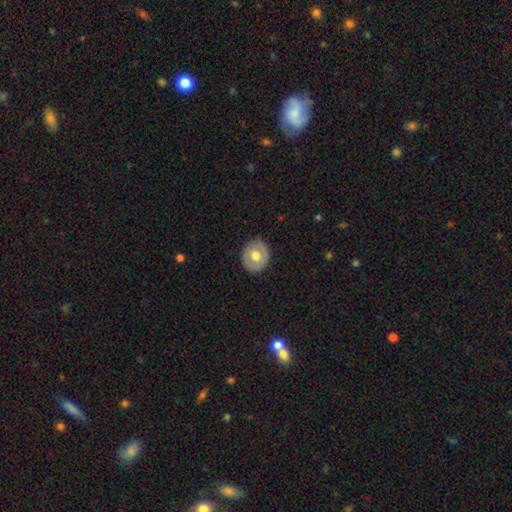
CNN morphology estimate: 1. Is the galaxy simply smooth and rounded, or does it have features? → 63% smooth, 31% featured or disk, 7% star or artifact.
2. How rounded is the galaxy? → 77% round, 22% in between, 1% cigar-shaped.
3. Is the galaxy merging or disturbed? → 87% none, 10% minor disturbance, 2% major disturbance, 1% merger.